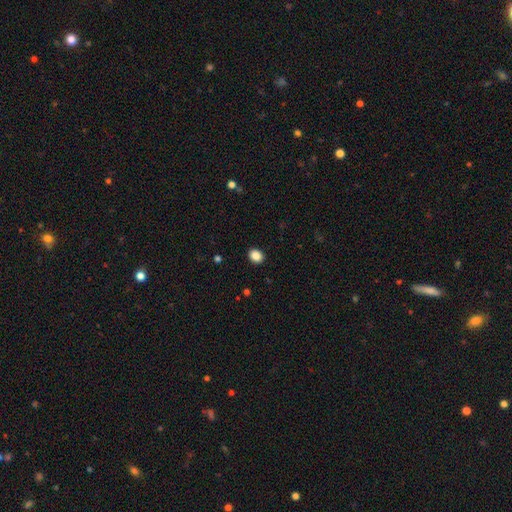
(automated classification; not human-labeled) A smooth galaxy with no disk features (88%) that is round (50%). Merging: none (91%).